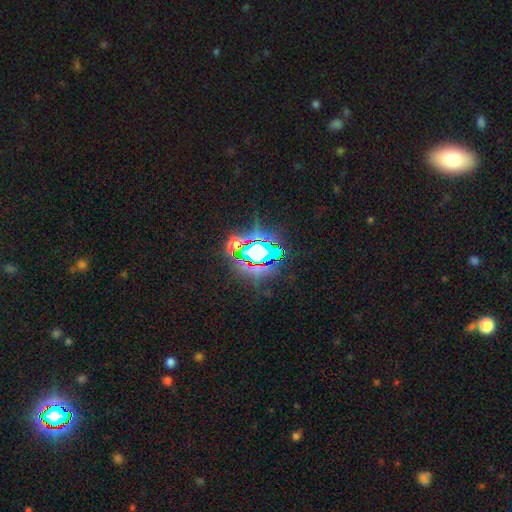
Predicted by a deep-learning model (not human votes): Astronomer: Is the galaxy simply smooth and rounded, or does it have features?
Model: star or artifact — 72%.